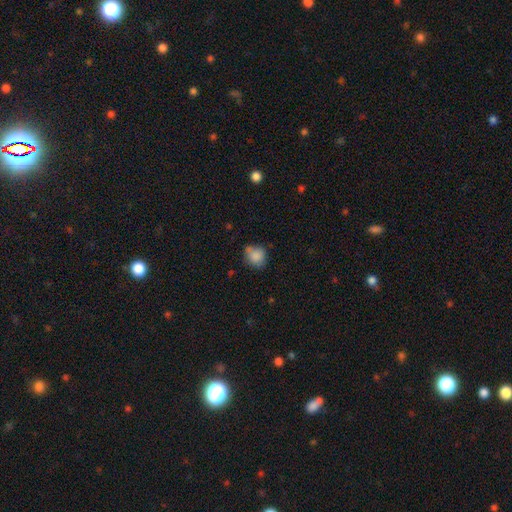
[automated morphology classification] The model was most divided on "merging": none: 60%, minor disturbance: 29%, major disturbance: 7%, merger: 5%. More confident: smooth or featured — smooth (83%); how rounded — round (71%).